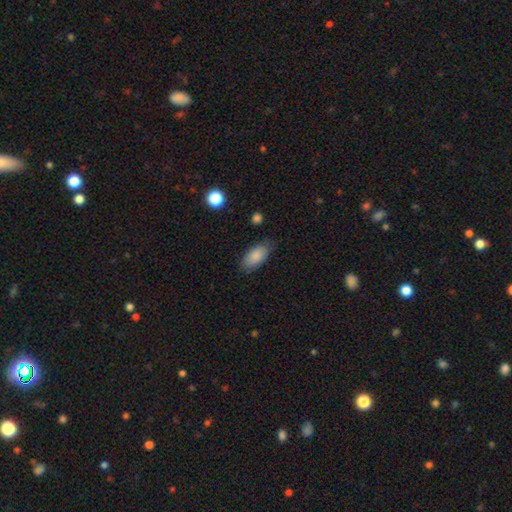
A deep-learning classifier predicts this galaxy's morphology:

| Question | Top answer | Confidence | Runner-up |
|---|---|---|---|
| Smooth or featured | smooth | 86% | featured or disk (7%) |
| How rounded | in between | 91% | cigar-shaped (6%) |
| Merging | none | 77% | minor disturbance (17%) |